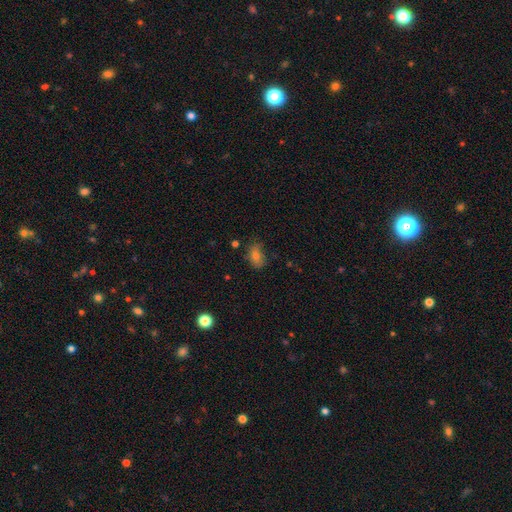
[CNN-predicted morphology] A smooth galaxy with no disk features (69%) that is in between round and cigar-shaped (80%). Merging: none (67%).